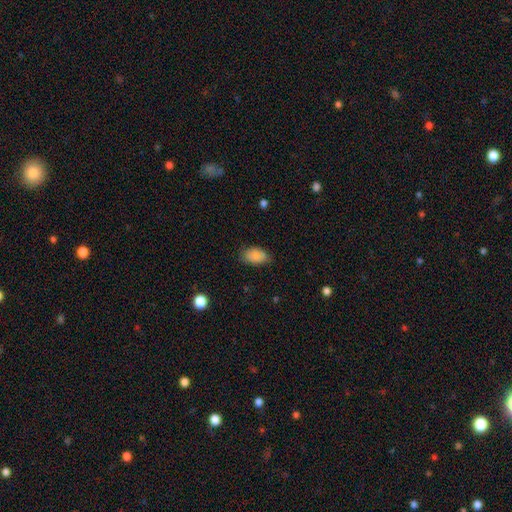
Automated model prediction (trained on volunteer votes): smooth 85%, star or artifact 8%, featured or disk 7%. Down the decision tree: how rounded — in between (91%); merging — none (74%).